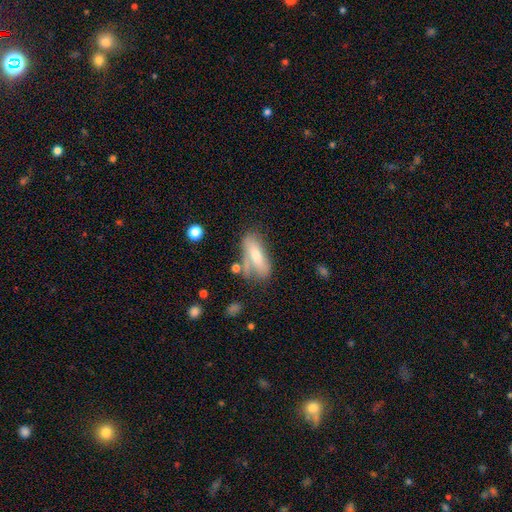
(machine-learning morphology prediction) Q: Smooth or featured?
A: smooth (66%); runner-up: featured or disk (28%)
Q: How rounded?
A: in between (73%); runner-up: cigar-shaped (24%)
Q: Merging?
A: none (45%); runner-up: minor disturbance (25%)